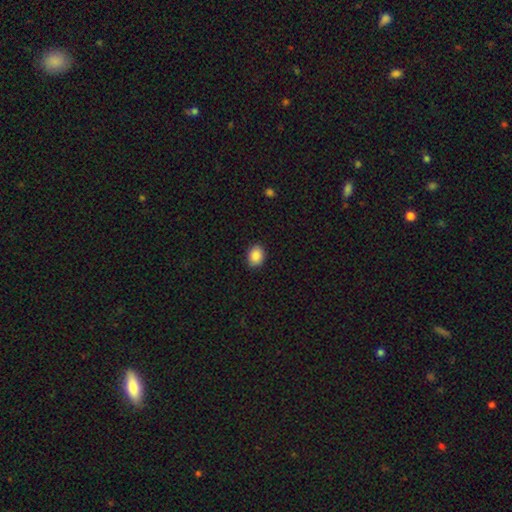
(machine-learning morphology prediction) This appears to be a smooth galaxy with no disk features (89%) that is in between round and cigar-shaped (64%). Merging: none (89%).